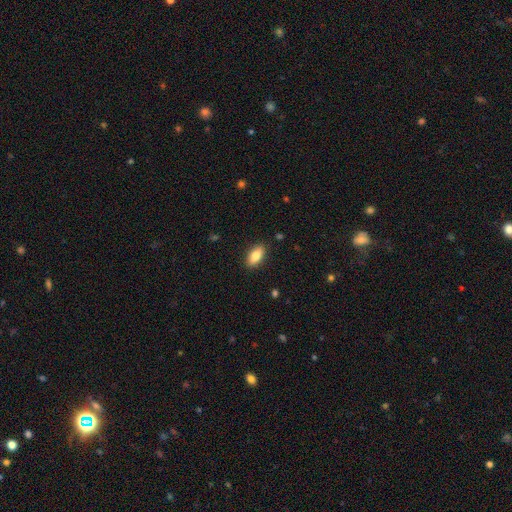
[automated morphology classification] Q: Smooth or featured?
A: smooth (83%); runner-up: featured or disk (10%)
Q: How rounded?
A: in between (88%); runner-up: cigar-shaped (8%)
Q: Merging?
A: none (88%); runner-up: minor disturbance (9%)